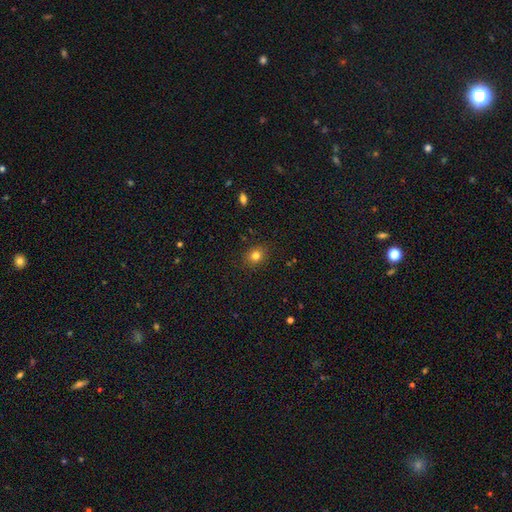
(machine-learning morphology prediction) Smooth or featured? smooth (80%)
How rounded? round (66%)
Merging? none (88%)